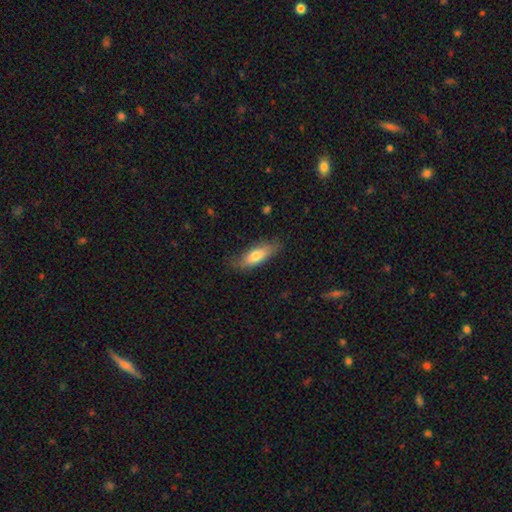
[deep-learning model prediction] A smooth galaxy with no disk features (72%) that is in between round and cigar-shaped (61%). Merging: none (72%).